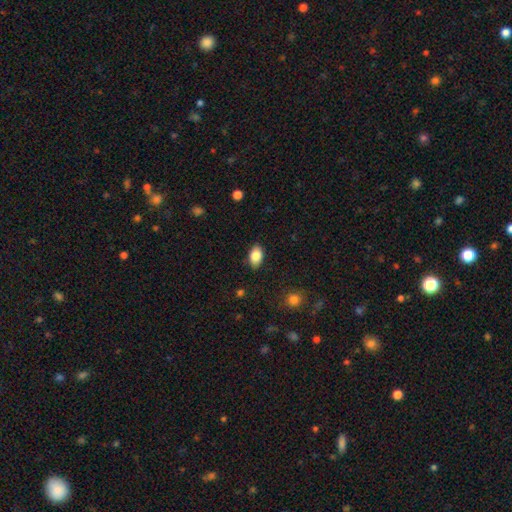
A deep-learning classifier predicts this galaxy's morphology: A smooth galaxy with no disk features (85%) that is in between round and cigar-shaped (89%). Merging: none (87%).